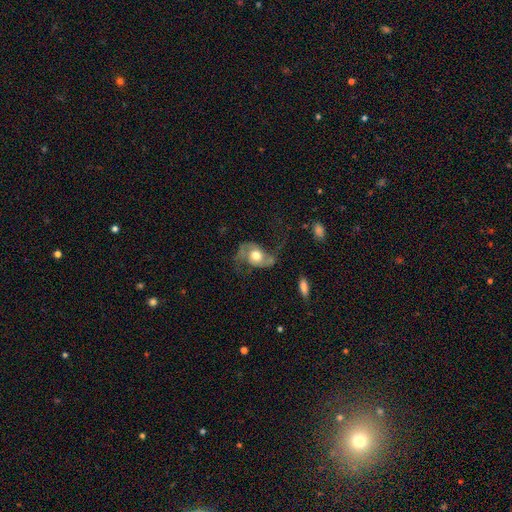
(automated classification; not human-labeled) Smooth or featured: featured or disk — 73% (smooth — 20%)
Edge-on disk: no — 96% (yes — 4%)
Bar: no — 70% (weak — 23%)
Spiral arms: yes — 88% (no — 12%)
Spiral winding: loose — 68% (medium — 26%)
Spiral arm count: 2 — 90% (1 — 4%)
Bulge size: moderate — 60% (large — 29%)
Merging: none — 48% (major disturbance — 28%)